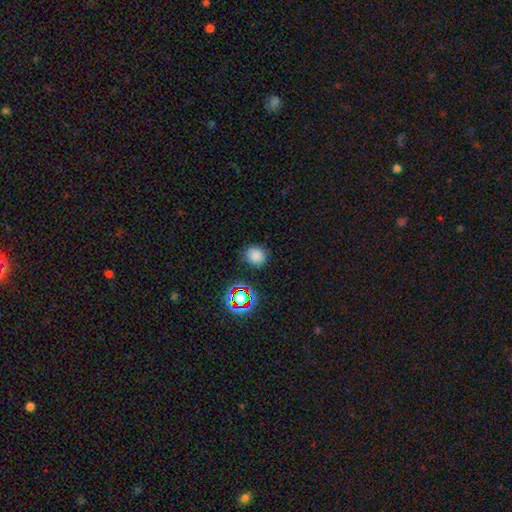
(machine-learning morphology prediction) A smooth galaxy with no disk features (77%) that is round (78%). Merging: none (83%).